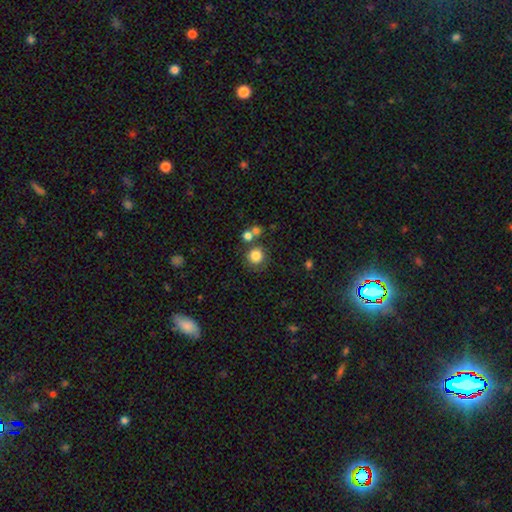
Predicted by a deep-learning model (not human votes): Smooth or featured?
  - smooth: 82% *
  - star or artifact: 11%
  - featured or disk: 6%
How rounded?
  - round: 91% *
  - in between: 8%
  - cigar-shaped: 1%
Merging?
  - none: 72% *
  - merger: 14%
  - minor disturbance: 9%
  - major disturbance: 4%